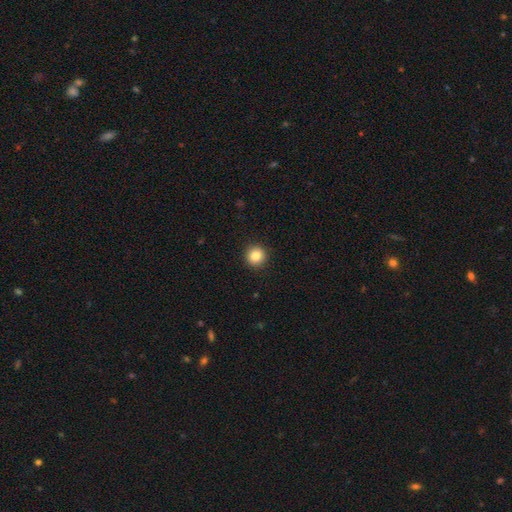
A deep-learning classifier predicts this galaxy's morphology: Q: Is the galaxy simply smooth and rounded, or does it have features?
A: smooth — 84%.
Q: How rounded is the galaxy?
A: round — 95%.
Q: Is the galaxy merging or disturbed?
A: none — 93%.